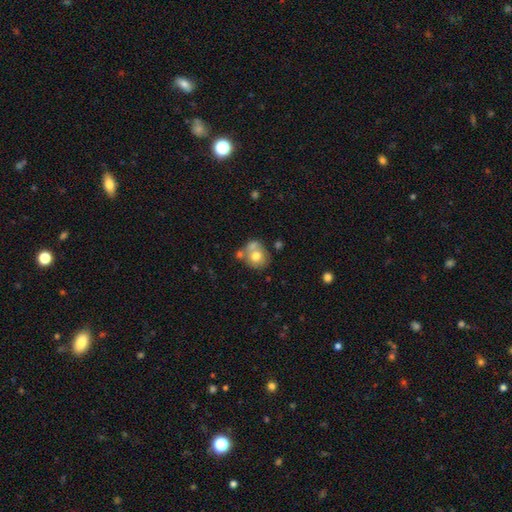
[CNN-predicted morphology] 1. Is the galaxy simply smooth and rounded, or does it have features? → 68% smooth, 23% featured or disk, 9% star or artifact.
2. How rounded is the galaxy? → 75% round, 24% in between, 1% cigar-shaped.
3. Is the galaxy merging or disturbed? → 43% none, 38% merger, 13% minor disturbance, 5% major disturbance.